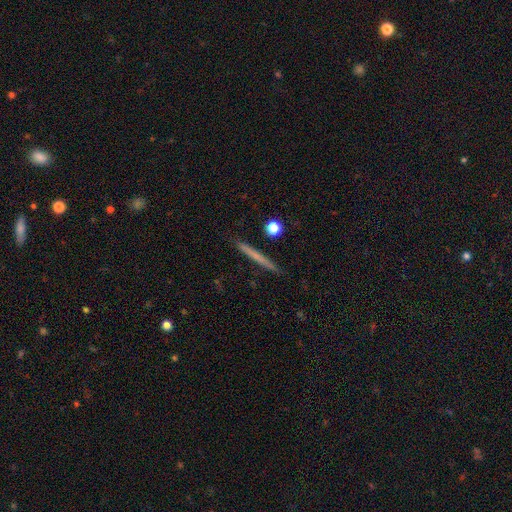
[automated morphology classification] Smooth or featured? Predicted: smooth (p=0.55). How rounded? Predicted: cigar-shaped (p=0.96). Merging? Predicted: none (p=0.90).